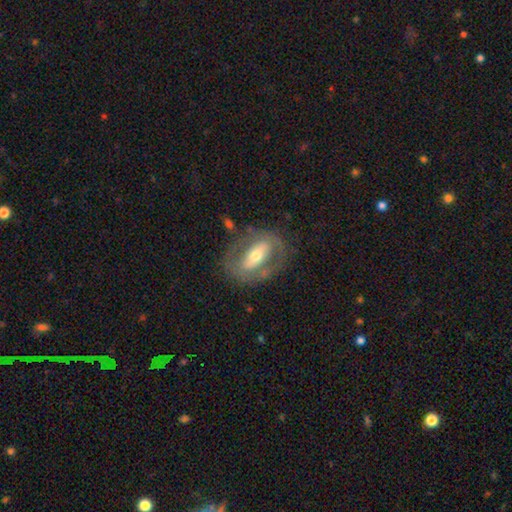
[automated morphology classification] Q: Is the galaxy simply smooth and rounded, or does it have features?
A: featured or disk — 71%.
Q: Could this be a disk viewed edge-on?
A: no — 90%.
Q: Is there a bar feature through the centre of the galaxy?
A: strong — 49%.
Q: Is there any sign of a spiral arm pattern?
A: no — 52%.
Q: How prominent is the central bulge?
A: moderate — 57%.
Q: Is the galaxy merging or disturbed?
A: none — 71%.